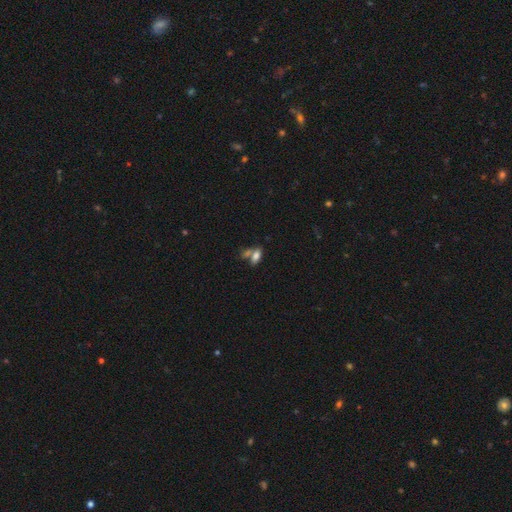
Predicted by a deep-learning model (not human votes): smooth_or_featured: smooth (p=0.76) [alt: featured or disk p=0.13]
how_rounded: in between (p=0.84) [alt: cigar-shaped p=0.11]
merging: merger (p=0.41) [alt: none p=0.40]